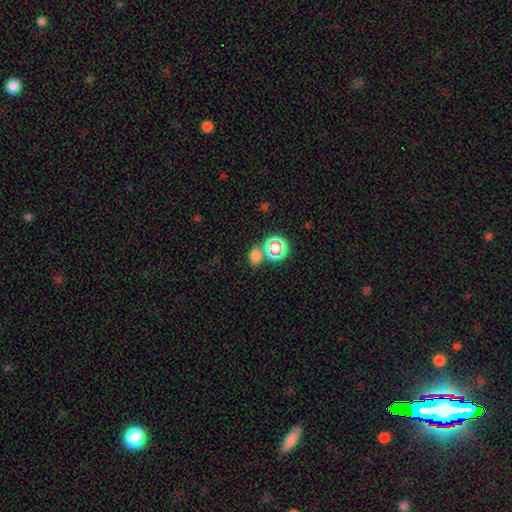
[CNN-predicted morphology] The model was most divided on "how rounded": in between: 54%, round: 45%, cigar-shaped: 1%. More confident: smooth or featured — smooth (68%); merging — none (66%).